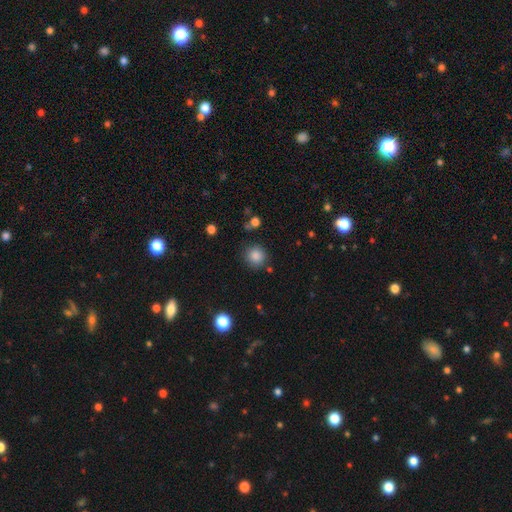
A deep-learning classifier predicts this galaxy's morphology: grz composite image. It shows a smooth galaxy with no disk features (85%) that is round (91%). Merging: none (85%).